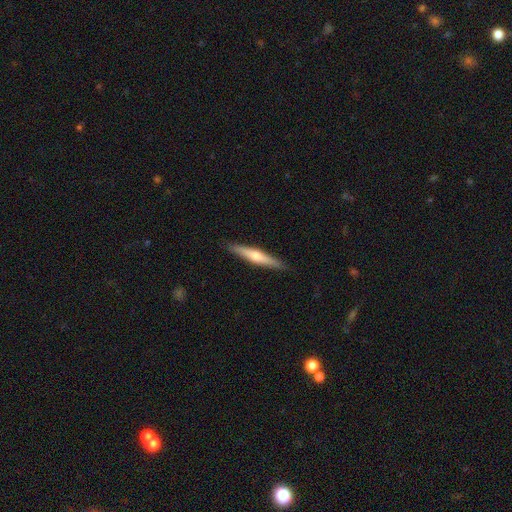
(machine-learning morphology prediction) Q: Smooth or featured?
A: featured or disk (57%); runner-up: smooth (38%)
Q: Edge-on disk?
A: yes (97%); runner-up: no (3%)
Q: Edge-on bulge?
A: rounded (85%); runner-up: none (10%)
Q: Merging?
A: none (91%); runner-up: minor disturbance (7%)